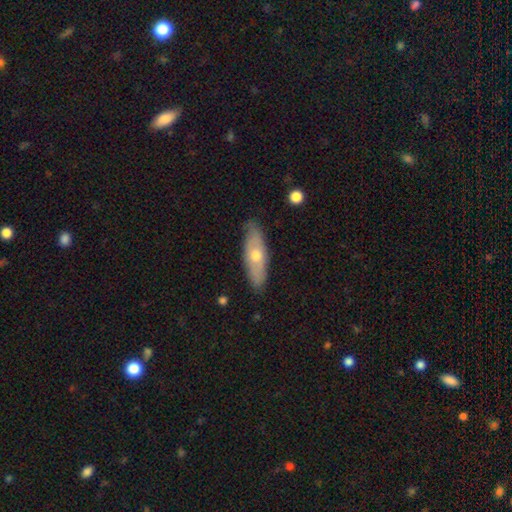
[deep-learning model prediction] This appears to be a smooth galaxy with no disk features (50%) that is in between round and cigar-shaped (57%). Merging: none (82%).